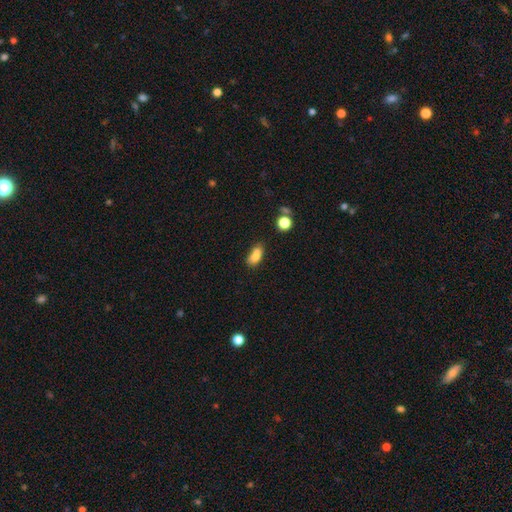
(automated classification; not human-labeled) Morphology: type=smooth (78%); roundness=in between (81%); merging=none (45%).